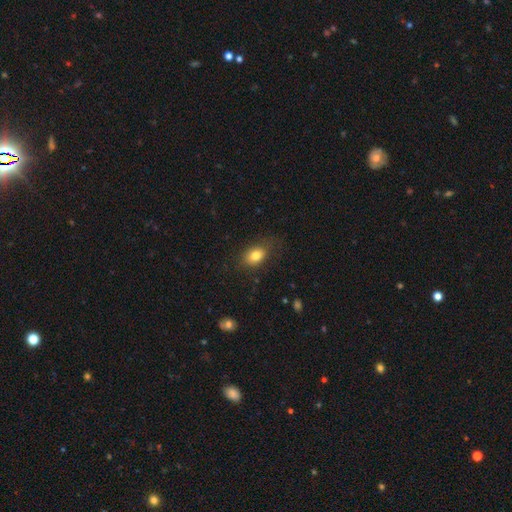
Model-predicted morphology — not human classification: The model was most divided on "how rounded": in between: 77%, round: 22%, cigar-shaped: 2%. More confident: smooth or featured — smooth (81%); merging — none (76%).